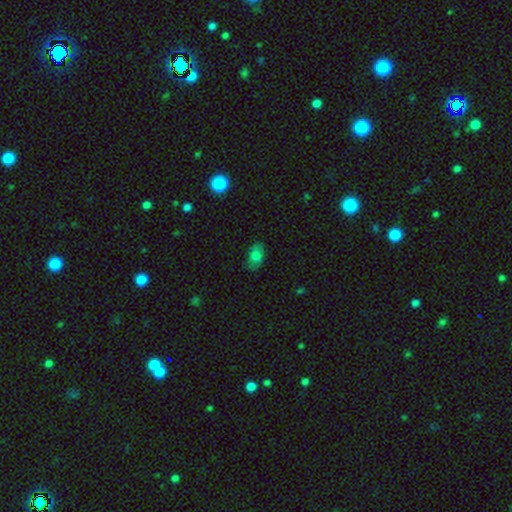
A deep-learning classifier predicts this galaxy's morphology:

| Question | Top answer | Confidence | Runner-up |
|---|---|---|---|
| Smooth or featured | smooth | 79% | star or artifact (11%) |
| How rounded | in between | 86% | round (12%) |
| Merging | none | 74% | minor disturbance (20%) |